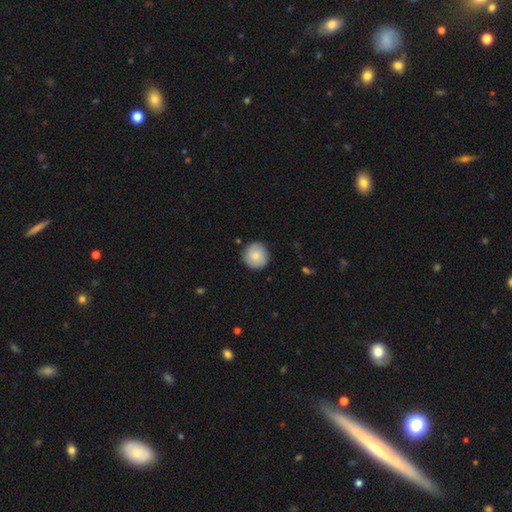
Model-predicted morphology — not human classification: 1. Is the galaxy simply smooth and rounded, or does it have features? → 72% smooth, 21% featured or disk, 6% star or artifact.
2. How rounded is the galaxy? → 94% round, 5% in between, 1% cigar-shaped.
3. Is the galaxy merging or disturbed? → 86% none, 11% minor disturbance, 2% major disturbance, 1% merger.